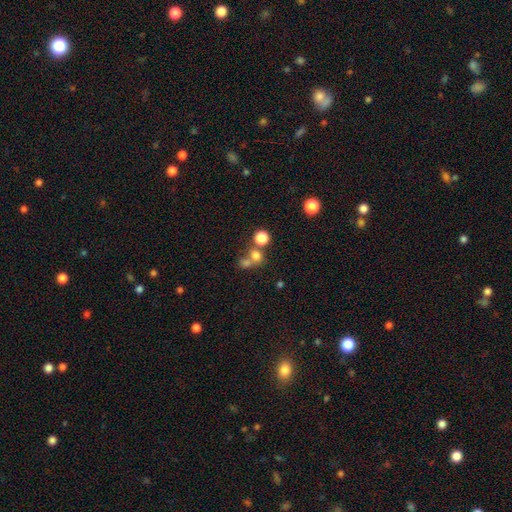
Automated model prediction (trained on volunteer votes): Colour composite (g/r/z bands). It shows a smooth galaxy with no disk features (71%) that is round (82%). Merging: merger (45%).